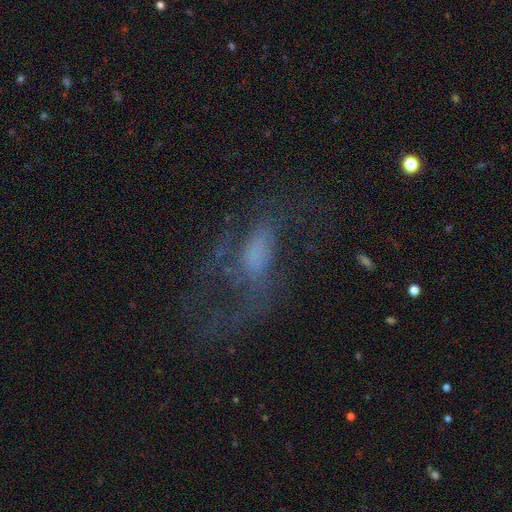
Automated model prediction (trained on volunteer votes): This is possibly a featured or disk galaxy (58%). It is clearly not viewed edge-on (92%). Bar: likely no (64%). Spiral arm pattern: possibly yes (56%). Central bulge: marginally none (40%). Merging: marginally major disturbance (41%).